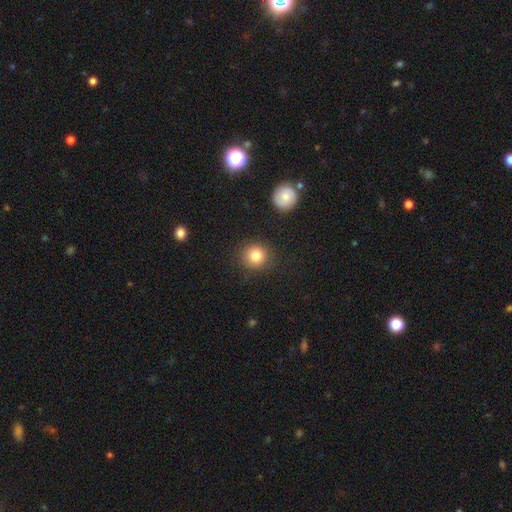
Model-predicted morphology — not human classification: Overall: smooth (83%). How rounded: round (90%). Merging: none (87%).